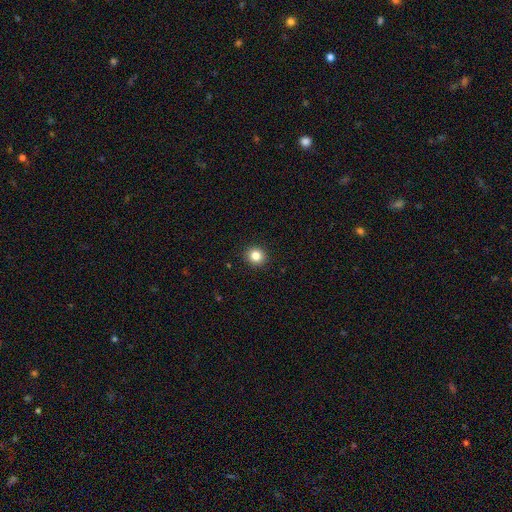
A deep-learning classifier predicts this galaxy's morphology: Q: Smooth or featured?
A: smooth (84%); runner-up: star or artifact (12%)
Q: How rounded?
A: round (91%); runner-up: in between (8%)
Q: Merging?
A: none (93%); runner-up: minor disturbance (4%)